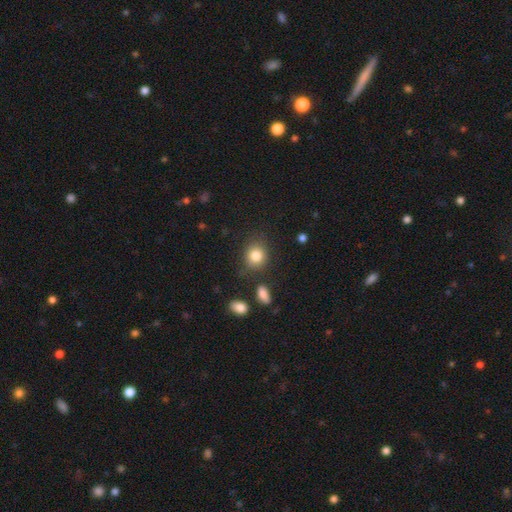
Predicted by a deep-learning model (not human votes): Overall: smooth (83%). How rounded: round (67%; in between 32%). Merging: none (79%).